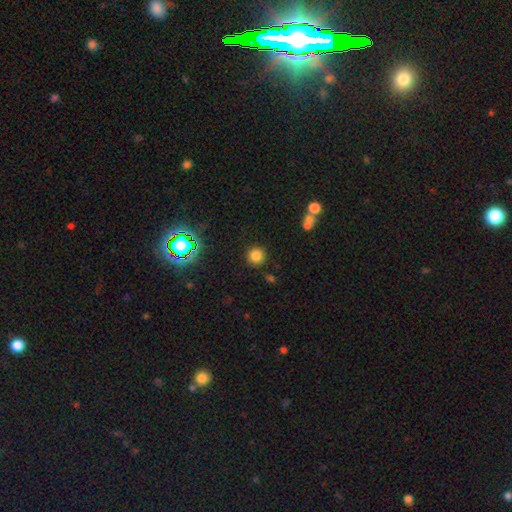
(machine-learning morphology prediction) This appears to be a smooth galaxy with no disk features (80%) that is round (94%). Merging: none (88%).